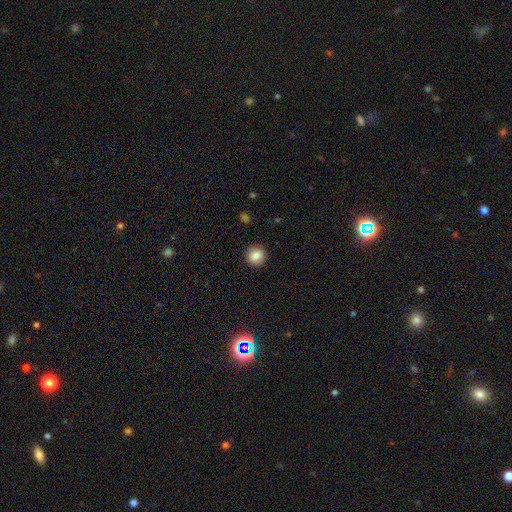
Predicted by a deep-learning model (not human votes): A smooth galaxy with no disk features (86%) that is round (91%). Merging: none (91%).